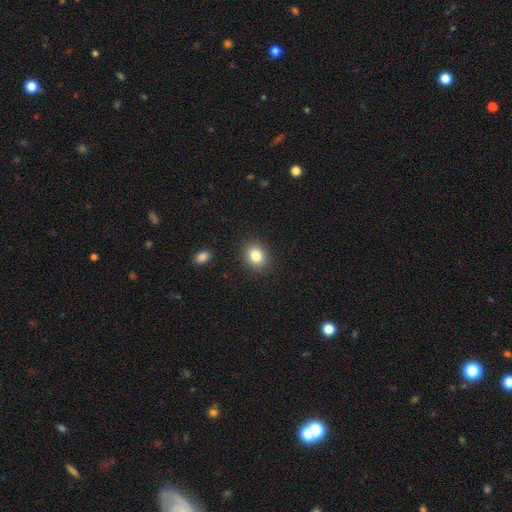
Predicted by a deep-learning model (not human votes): Smooth or featured?
  - smooth: 83% *
  - star or artifact: 10%
  - featured or disk: 7%
How rounded?
  - round: 56% *
  - in between: 43%
  - cigar-shaped: 1%
Merging?
  - none: 89% *
  - minor disturbance: 7%
  - major disturbance: 2%
  - merger: 1%